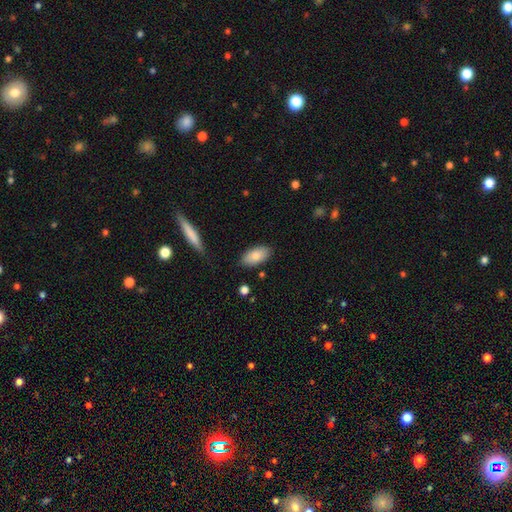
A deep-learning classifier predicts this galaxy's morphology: Smooth or featured? Predicted: smooth (p=0.81). How rounded? Predicted: in between (p=0.93). Merging? Predicted: none (p=0.84).